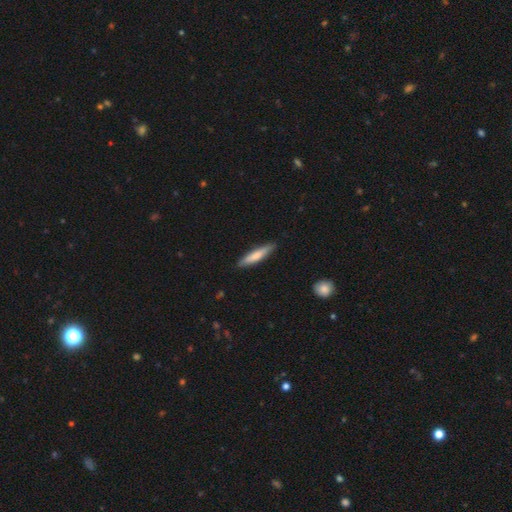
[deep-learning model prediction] Q: Smooth or featured?
A: smooth (71%); runner-up: featured or disk (24%)
Q: How rounded?
A: cigar-shaped (88%); runner-up: in between (11%)
Q: Merging?
A: none (87%); runner-up: minor disturbance (10%)